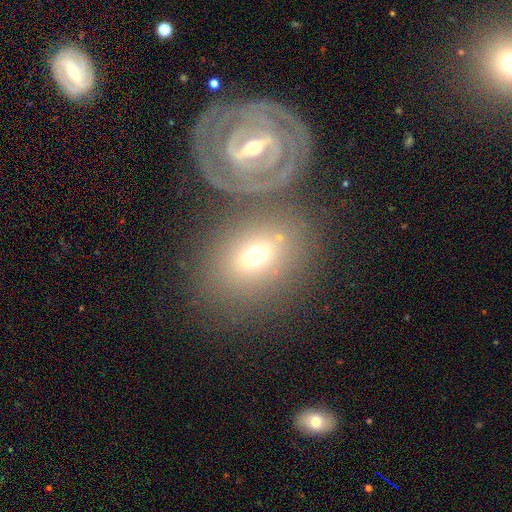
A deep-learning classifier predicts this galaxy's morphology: smooth_or_featured: featured or disk (p=0.50) [alt: smooth p=0.41]
merging: none (p=0.55) [alt: merger p=0.26]